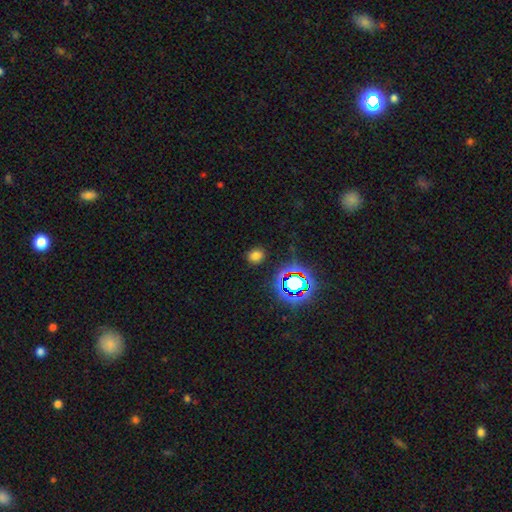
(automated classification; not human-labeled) This is likely a smooth galaxy (68%). How rounded: likely round (62%). Merging: clearly none (87%).